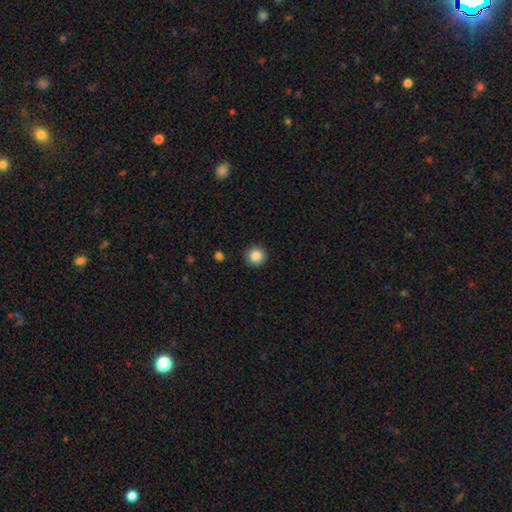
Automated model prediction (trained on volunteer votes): A smooth galaxy with no disk features (86%) that is round (95%). Merging: none (91%).